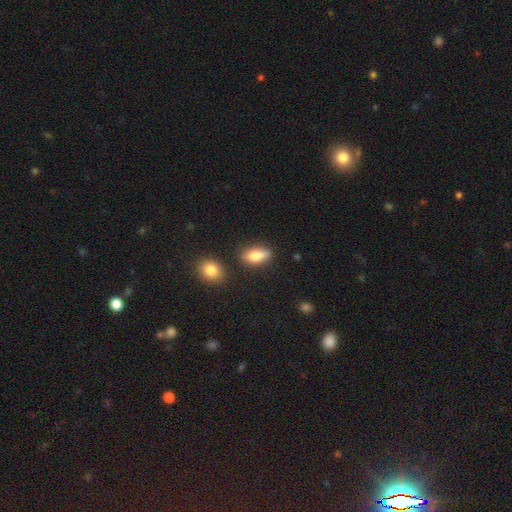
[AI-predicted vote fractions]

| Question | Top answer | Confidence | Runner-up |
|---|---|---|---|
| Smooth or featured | smooth | 84% | featured or disk (8%) |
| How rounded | in between | 84% | cigar-shaped (11%) |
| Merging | none | 75% | minor disturbance (15%) |